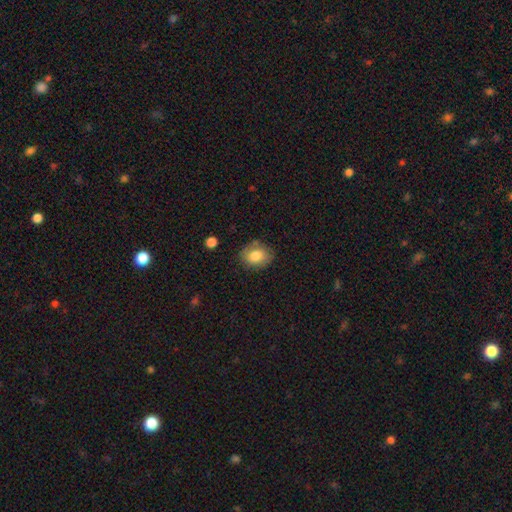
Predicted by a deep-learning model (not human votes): smooth-or-featured: smooth: 80% | featured or disk: 11% | star or artifact: 8%
  how-rounded: in between: 54% | round: 45% | cigar-shaped: 1%
  merging: none: 75% | minor disturbance: 18% | major disturbance: 4% | merger: 3%